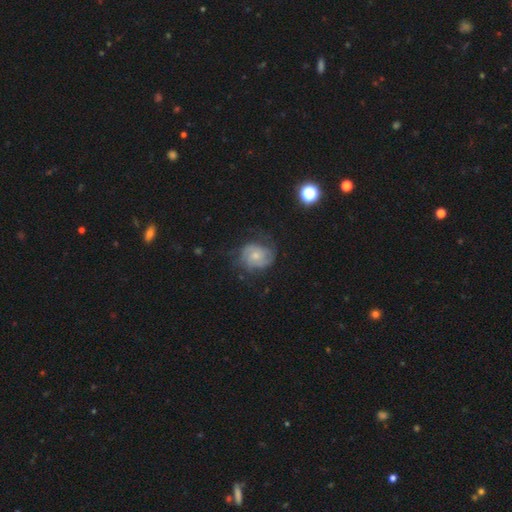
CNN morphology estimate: A featured or disk galaxy (63%) with no bar (78%), tight (48%) spiral arms (84%) and a small central bulge (54%).

Vote fractions:
- Smooth or featured? featured or disk: 63% / smooth: 29% / star or artifact: 8%
- Edge-on disk? no: 97% / yes: 3%
- Bar? no: 78% / weak: 20% / strong: 3%
- Spiral arms? yes: 84% / no: 16%
- Spiral winding? tight: 48% / medium: 37% / loose: 15%
- Spiral arm count? can't tell: 37% / 2: 33% / 3: 16% / 4: 5% / 1: 5% / more than 4: 4%
- Bulge size? small: 54% / moderate: 37% / none: 4% / large: 3% / dominant: 1%
- Merging? none: 57% / minor disturbance: 24% / major disturbance: 17% / merger: 2%